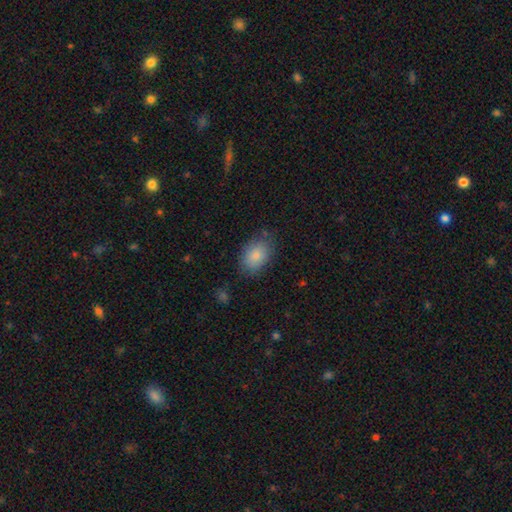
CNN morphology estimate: Overall: smooth (85%). How rounded: in between (82%). Merging: none (75%).